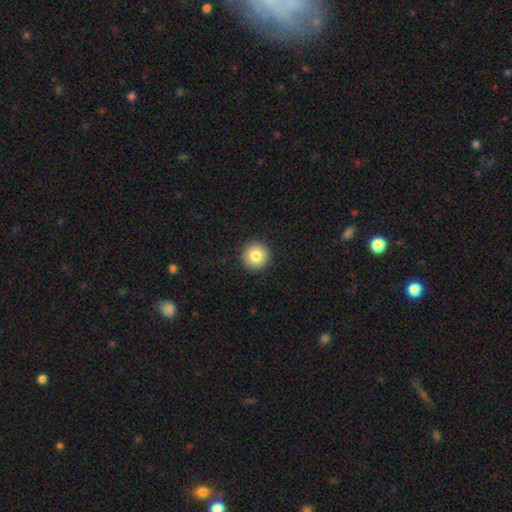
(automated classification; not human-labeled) Smooth or featured: smooth — 83% (star or artifact — 9%)
How rounded: round — 96% (in between — 3%)
Merging: none — 93% (minor disturbance — 5%)